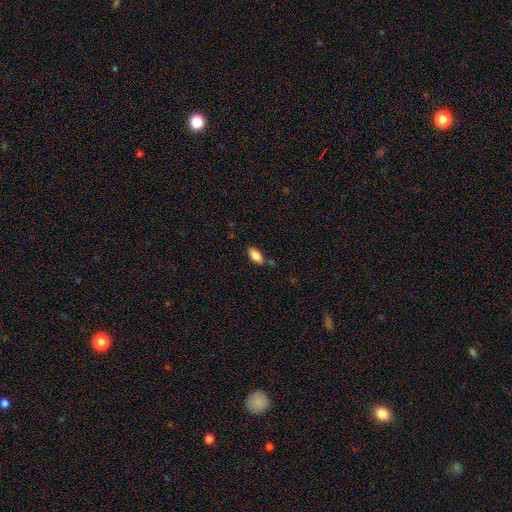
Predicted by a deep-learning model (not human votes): A smooth galaxy with no disk features (83%) that is in between round and cigar-shaped (90%). Merging: none (79%).